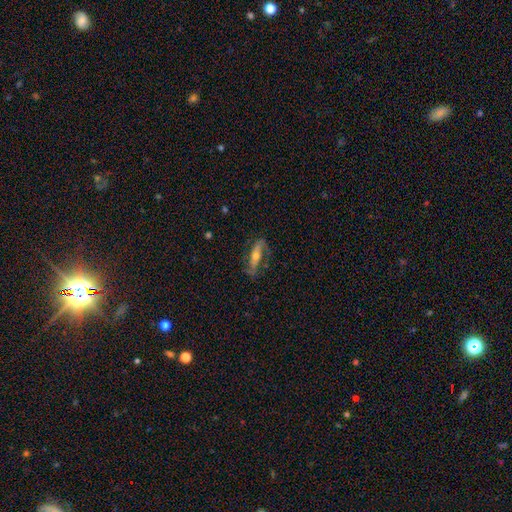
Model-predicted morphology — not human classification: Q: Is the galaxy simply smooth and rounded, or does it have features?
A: featured or disk — 70%.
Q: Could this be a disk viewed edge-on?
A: no — 74%.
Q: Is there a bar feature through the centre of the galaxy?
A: no — 40%.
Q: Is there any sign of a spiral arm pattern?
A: yes — 83%.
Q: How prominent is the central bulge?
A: moderate — 53%.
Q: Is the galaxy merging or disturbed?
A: none — 67%.